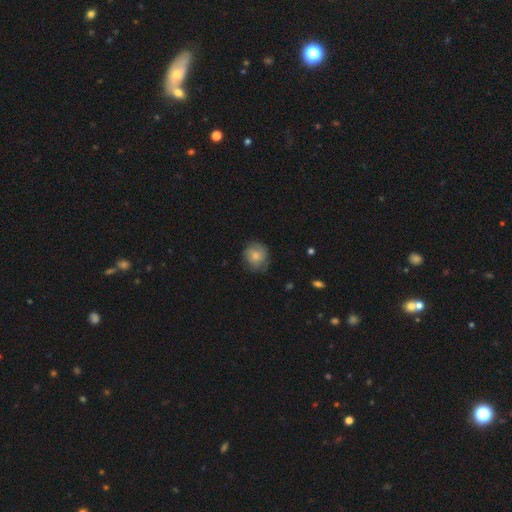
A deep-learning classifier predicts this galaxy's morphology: Smooth or featured? Predicted: smooth (p=0.64). How rounded? Predicted: round (p=0.83). Merging? Predicted: none (p=0.69).